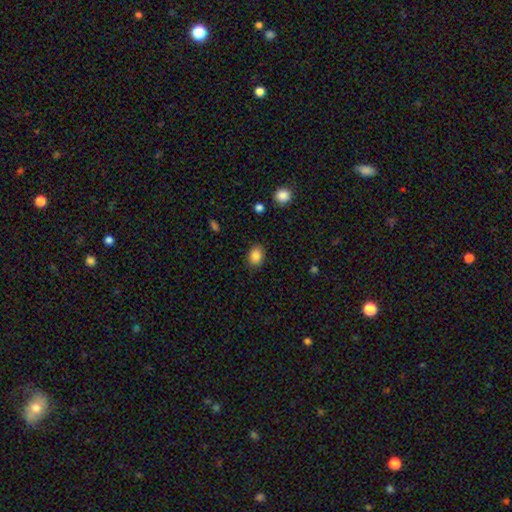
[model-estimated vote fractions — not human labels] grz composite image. It shows a smooth galaxy with no disk features (86%) that is in between round and cigar-shaped (63%). Merging: none (86%).